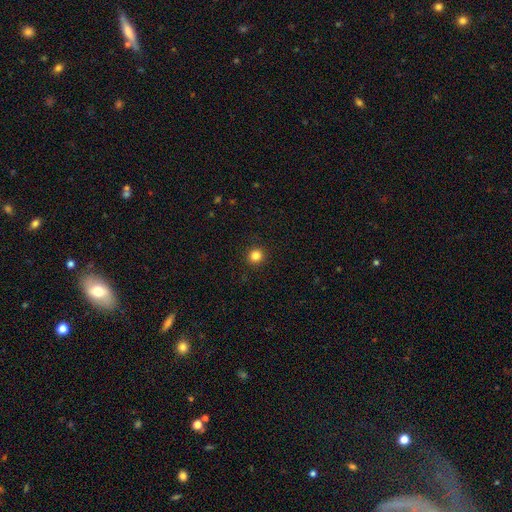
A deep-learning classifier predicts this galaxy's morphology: smooth 84%, star or artifact 12%, featured or disk 4%. Down the decision tree: how rounded — round (93%); merging — none (92%).